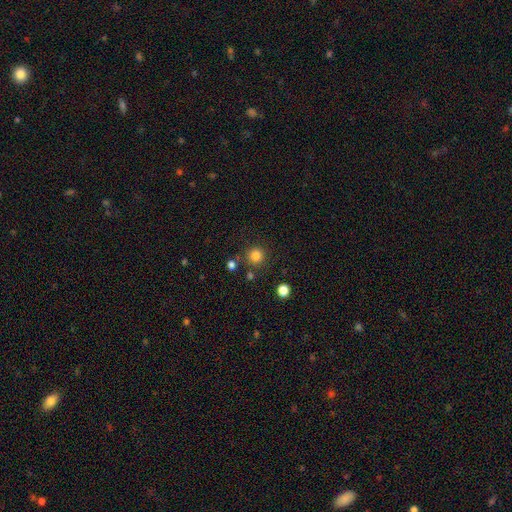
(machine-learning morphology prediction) The model was most divided on "smooth or featured": smooth: 83%, star or artifact: 13%, featured or disk: 4%. More confident: how rounded — round (94%); merging — none (83%).